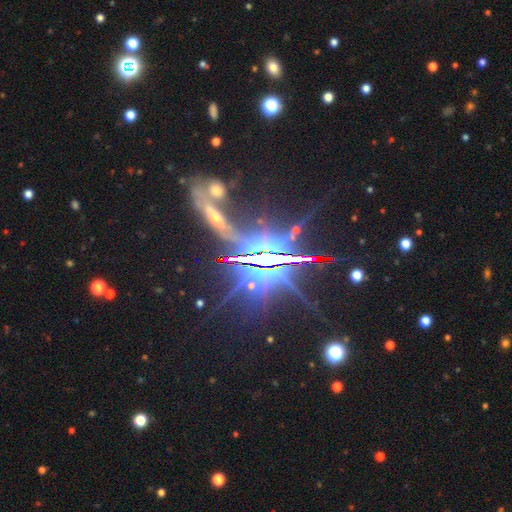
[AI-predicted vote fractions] Smooth or featured? star or artifact (80%)